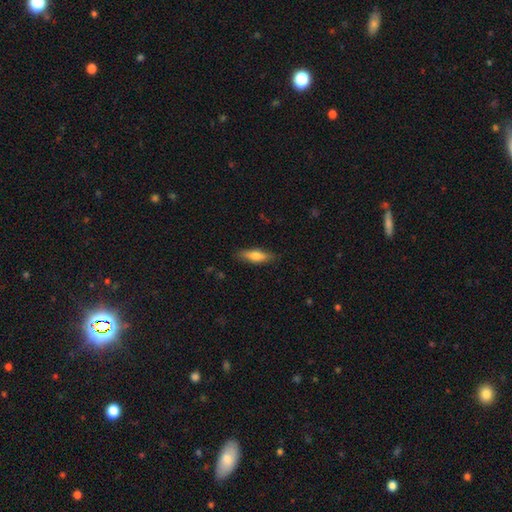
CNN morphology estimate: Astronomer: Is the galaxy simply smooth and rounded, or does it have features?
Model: smooth — 69%.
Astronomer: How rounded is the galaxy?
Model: cigar-shaped — 49%, tied with in between at 49%.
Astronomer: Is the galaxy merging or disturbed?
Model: none — 84%.